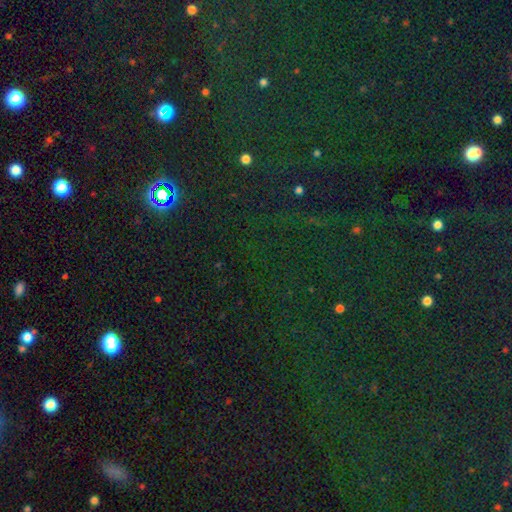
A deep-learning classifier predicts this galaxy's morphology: smooth-or-featured: star or artifact: 82% | smooth: 11% | featured or disk: 7%